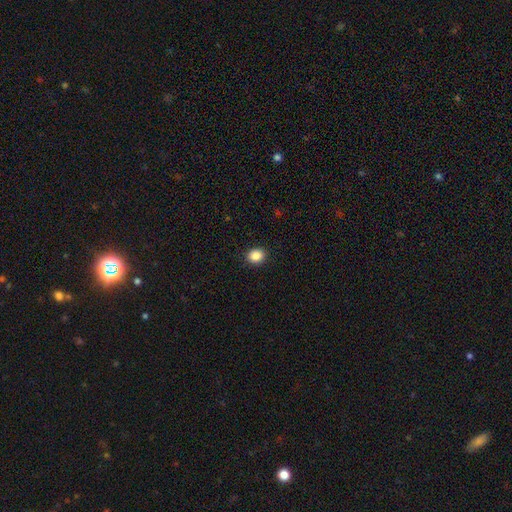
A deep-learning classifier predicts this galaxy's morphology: This appears to be a smooth galaxy with no disk features (86%) that is round (67%). Merging: none (91%).